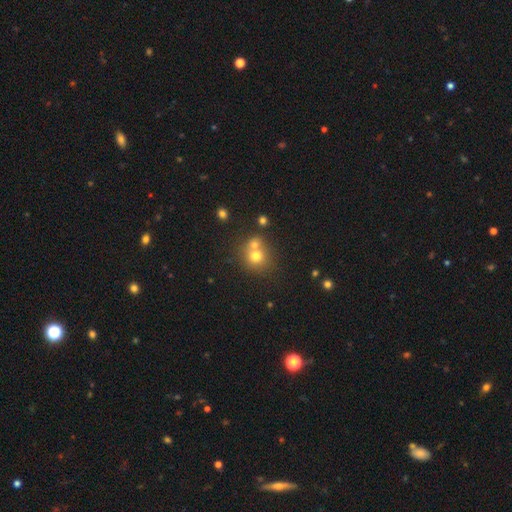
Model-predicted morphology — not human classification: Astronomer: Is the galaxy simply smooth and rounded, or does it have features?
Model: smooth — 73%.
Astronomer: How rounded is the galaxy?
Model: round — 85%.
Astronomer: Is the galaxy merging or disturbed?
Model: none — 46% (runner-up: merger, 44%).